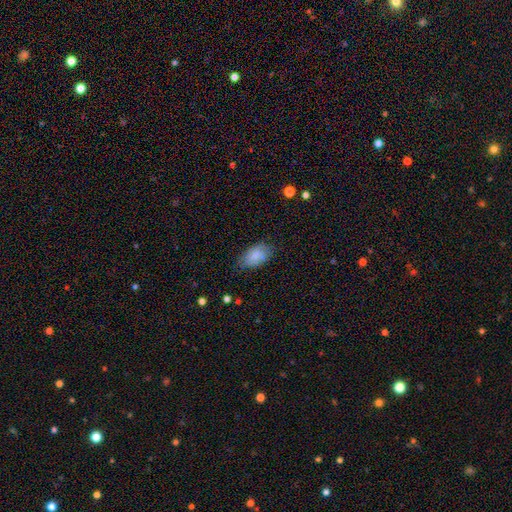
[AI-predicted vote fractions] The model was most divided on "merging": none: 68%, minor disturbance: 25%, major disturbance: 5%, merger: 2%. More confident: how rounded — in between (92%); smooth or featured — smooth (81%).